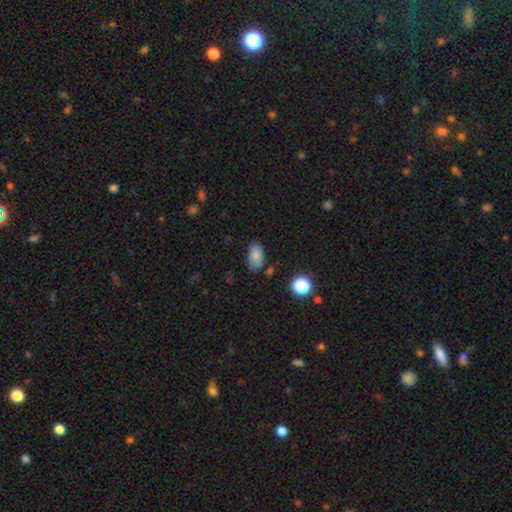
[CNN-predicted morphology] smooth_or_featured: smooth (p=0.82) [alt: star or artifact p=0.10]
how_rounded: in between (p=0.91) [alt: round p=0.07]
merging: none (p=0.73) [alt: minor disturbance p=0.19]